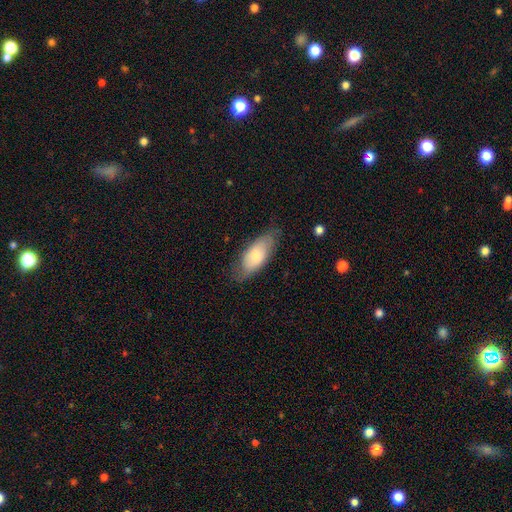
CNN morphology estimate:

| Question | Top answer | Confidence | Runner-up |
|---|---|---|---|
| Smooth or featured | smooth | 69% | featured or disk (25%) |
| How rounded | in between | 86% | cigar-shaped (12%) |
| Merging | none | 70% | minor disturbance (23%) |